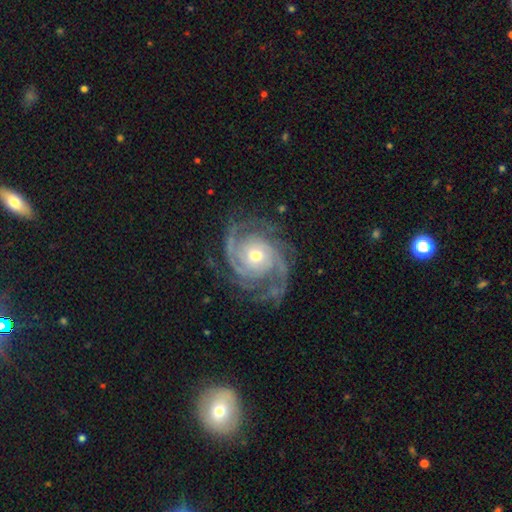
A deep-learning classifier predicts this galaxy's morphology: Smooth or featured?
  - featured or disk: 92% *
  - star or artifact: 5%
  - smooth: 4%
Edge-on disk?
  - no: 98% *
  - yes: 2%
Bar?
  - no: 73% *
  - weak: 20%
  - strong: 6%
Spiral arms?
  - yes: 98% *
  - no: 2%
Spiral winding?
  - tight: 60% *
  - medium: 33%
  - loose: 7%
Spiral arm count?
  - 3: 31% *
  - 2: 30%
  - can't tell: 14%
  - 4: 12%
  - more than 4: 7%
  - 1: 6%
Bulge size?
  - moderate: 56% *
  - small: 38%
  - large: 4%
  - none: 1%
  - dominant: 1%
Merging?
  - none: 74% *
  - minor disturbance: 16%
  - major disturbance: 9%
  - merger: 1%